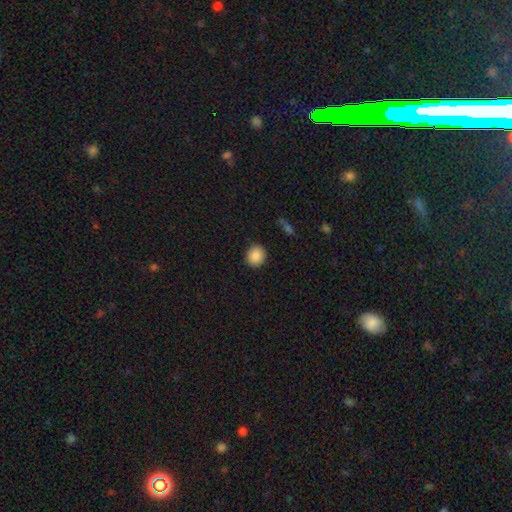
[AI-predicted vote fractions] A smooth galaxy with no disk features (88%) that is round (79%). Merging: none (90%).